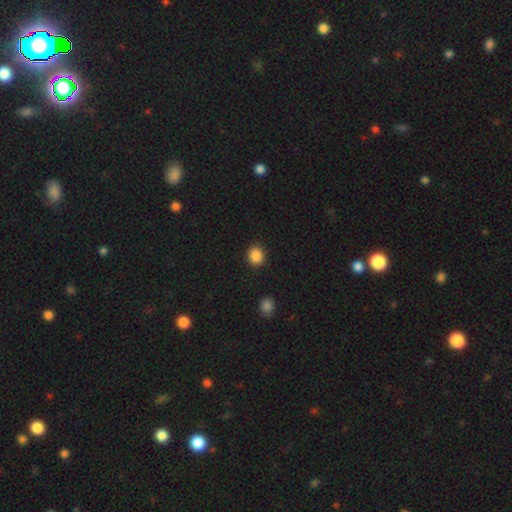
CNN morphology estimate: smooth 87%, star or artifact 10%, featured or disk 3%. Down the decision tree: how rounded — round (70%); merging — none (89%).